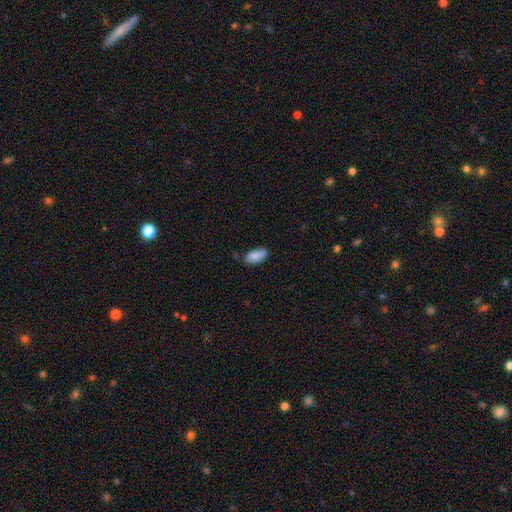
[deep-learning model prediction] Overall: smooth (84%). How rounded: in between (92%). Merging: none (79%).